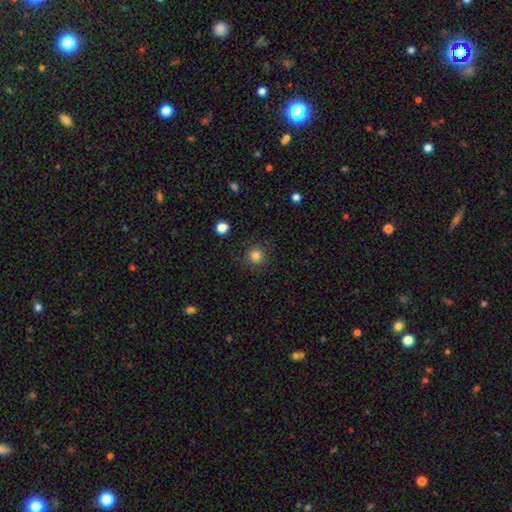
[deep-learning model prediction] Smooth or featured?
  - smooth: 83% *
  - star or artifact: 12%
  - featured or disk: 5%
How rounded?
  - round: 94% *
  - in between: 5%
  - cigar-shaped: 1%
Merging?
  - none: 89% *
  - minor disturbance: 7%
  - major disturbance: 3%
  - merger: 1%